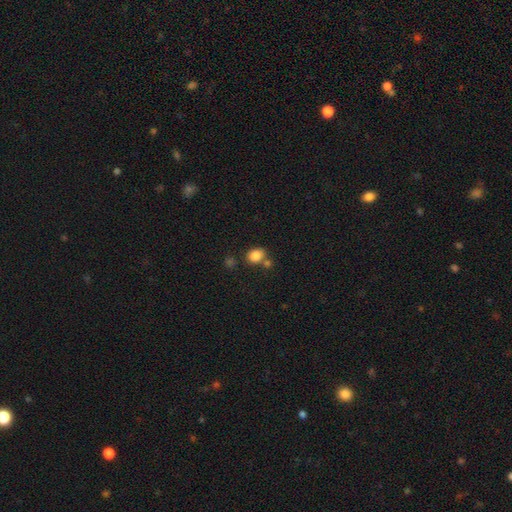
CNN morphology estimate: smooth_or_featured: smooth (p=0.84) [alt: star or artifact p=0.10]
how_rounded: in between (p=0.50) [alt: round p=0.49]
merging: none (p=0.65) [alt: merger p=0.19]